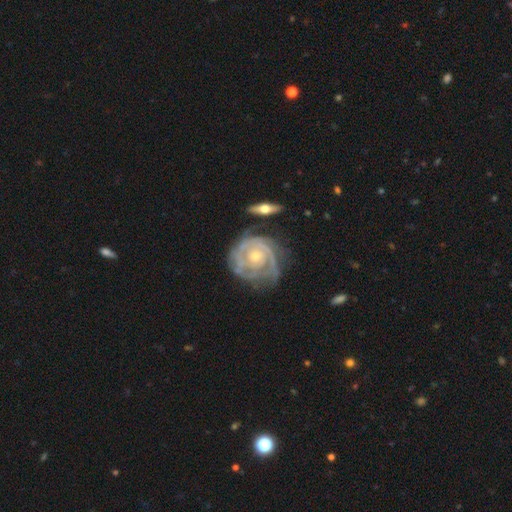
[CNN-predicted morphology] This appears to be a featured or disk galaxy (85%) with no bar (80%), tight (79%) spiral arms (93%) and a small central bulge (57%). Merging: none (61%).